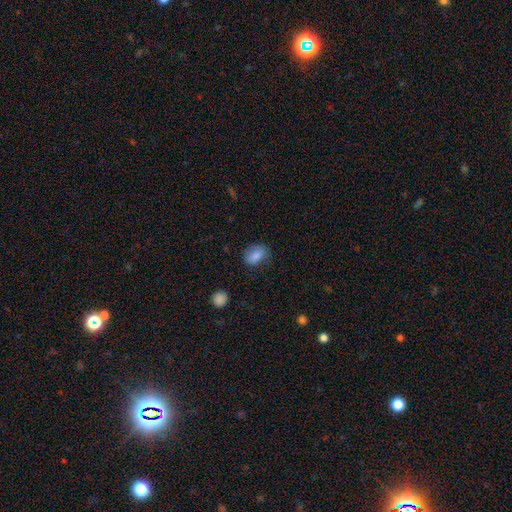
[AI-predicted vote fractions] A smooth galaxy with no disk features (83%) that is in between round and cigar-shaped (71%).

Vote fractions:
- Smooth or featured? smooth: 83% / star or artifact: 9% / featured or disk: 8%
- How rounded? in between: 71% / round: 27% / cigar-shaped: 2%
- Merging? none: 71% / minor disturbance: 21% / major disturbance: 6% / merger: 1%